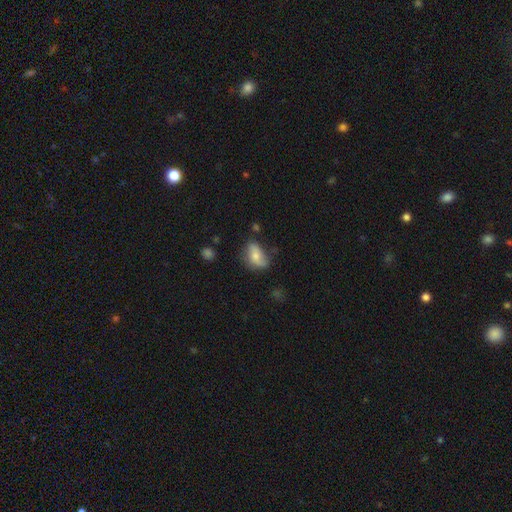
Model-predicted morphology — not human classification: The model was most divided on "merging": none: 52%, minor disturbance: 33%, major disturbance: 12%, merger: 3%. More confident: how rounded — in between (85%); smooth or featured — smooth (56%).